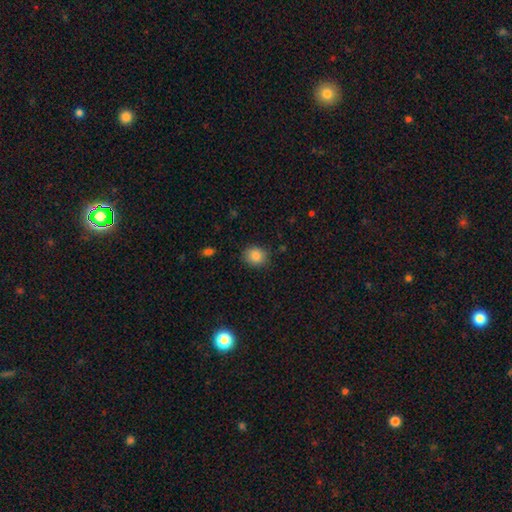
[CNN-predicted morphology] smooth-or-featured: smooth: 85% | star or artifact: 9% | featured or disk: 5%
  how-rounded: round: 65% | in between: 34% | cigar-shaped: 1%
  merging: none: 83% | minor disturbance: 12% | major disturbance: 3% | merger: 1%